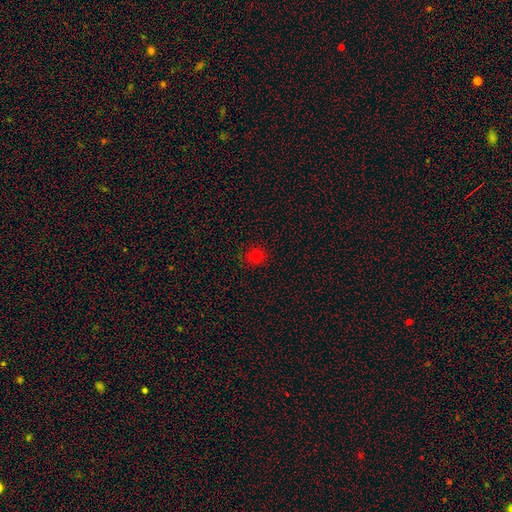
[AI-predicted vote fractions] Smooth or featured?
  - smooth: 77% *
  - star or artifact: 18%
  - featured or disk: 6%
How rounded?
  - round: 83% *
  - in between: 16%
  - cigar-shaped: 1%
Merging?
  - none: 87% *
  - minor disturbance: 9%
  - major disturbance: 3%
  - merger: 1%